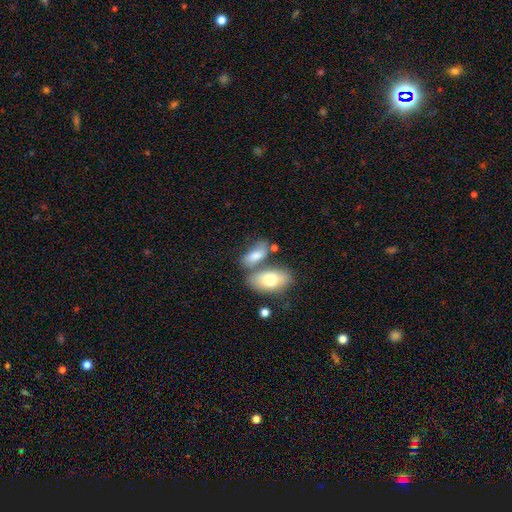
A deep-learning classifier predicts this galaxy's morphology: A smooth galaxy with no disk features (72%) that is in between round and cigar-shaped (87%). Merging: none (40%).